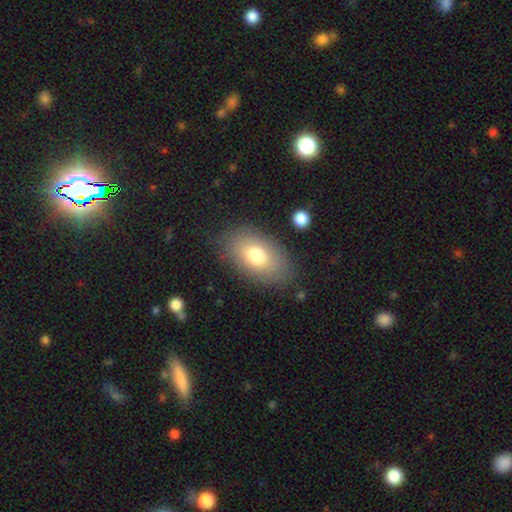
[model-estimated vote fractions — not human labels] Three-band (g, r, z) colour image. It shows a smooth galaxy with no disk features (75%) that is in between round and cigar-shaped (90%). Merging: none (82%).